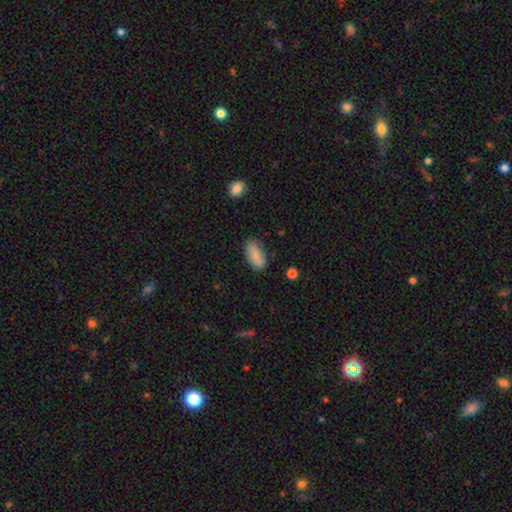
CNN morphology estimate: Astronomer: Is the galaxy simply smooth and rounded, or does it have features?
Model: smooth — 79%.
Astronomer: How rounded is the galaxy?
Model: in between — 91%.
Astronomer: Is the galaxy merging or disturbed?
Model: none — 74%.